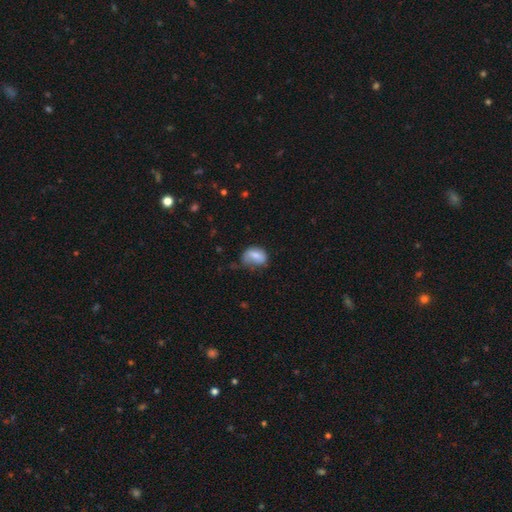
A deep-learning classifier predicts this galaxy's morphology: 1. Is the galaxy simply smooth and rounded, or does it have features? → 71% smooth, 21% featured or disk, 8% star or artifact.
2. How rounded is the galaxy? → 73% in between, 25% round, 2% cigar-shaped.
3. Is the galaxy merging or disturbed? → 40% none, 38% minor disturbance, 18% major disturbance, 3% merger.